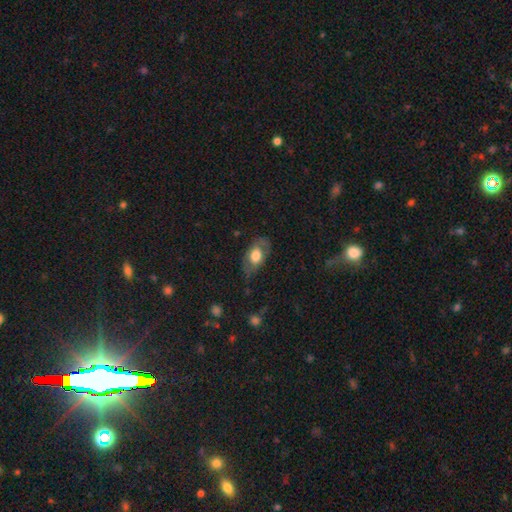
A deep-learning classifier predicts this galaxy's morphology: Smooth or featured? Predicted: smooth (p=0.64). How rounded? Predicted: in between (p=0.89). Merging? Predicted: none (p=0.64).